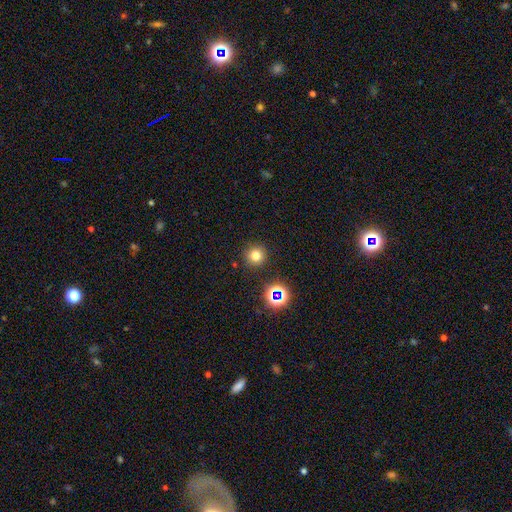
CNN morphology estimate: smooth-or-featured: smooth: 74% | star or artifact: 19% | featured or disk: 7%
  how-rounded: round: 95% | in between: 4% | cigar-shaped: 1%
  merging: none: 90% | minor disturbance: 6% | major disturbance: 2% | merger: 2%